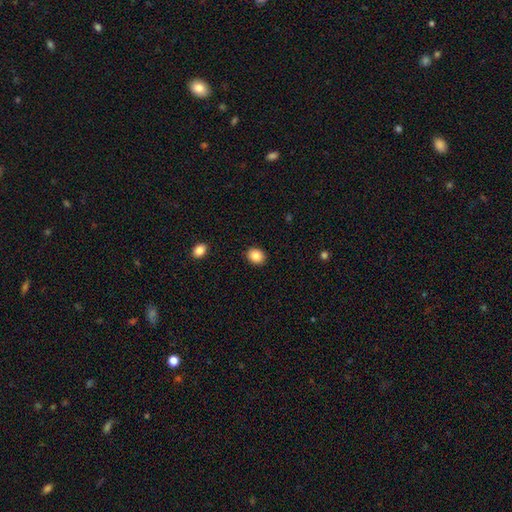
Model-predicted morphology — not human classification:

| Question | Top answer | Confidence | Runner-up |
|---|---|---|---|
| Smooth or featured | smooth | 86% | star or artifact (9%) |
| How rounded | round | 56% | in between (44%) |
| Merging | none | 90% | minor disturbance (7%) |